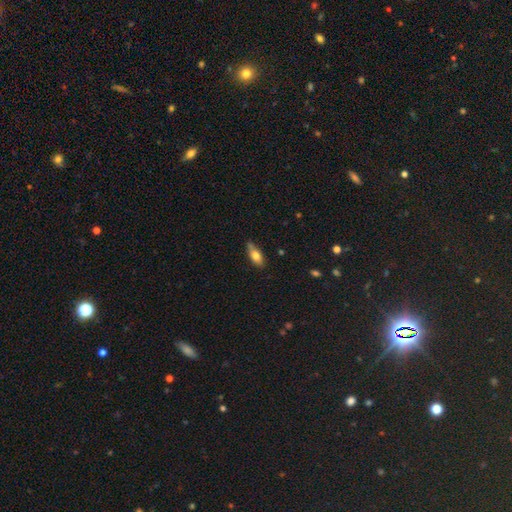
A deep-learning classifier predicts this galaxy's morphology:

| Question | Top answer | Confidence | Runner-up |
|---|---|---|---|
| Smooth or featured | smooth | 73% | featured or disk (20%) |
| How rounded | in between | 75% | cigar-shaped (22%) |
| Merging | none | 65% | minor disturbance (25%) |